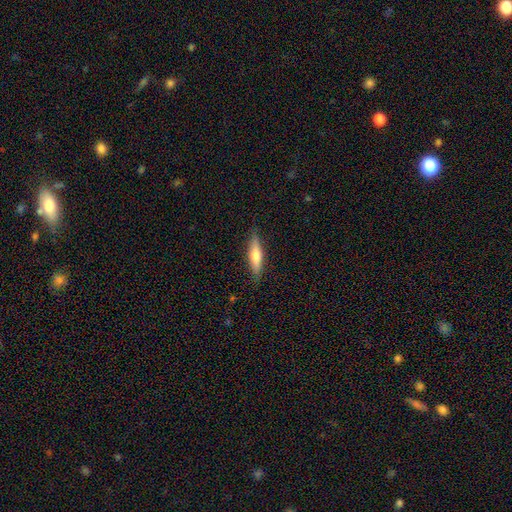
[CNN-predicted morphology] Smooth or featured?
  - smooth: 53% *
  - featured or disk: 41%
  - star or artifact: 6%
How rounded?
  - cigar-shaped: 73% *
  - in between: 25%
  - round: 2%
Merging?
  - none: 87% *
  - minor disturbance: 10%
  - major disturbance: 2%
  - merger: 1%